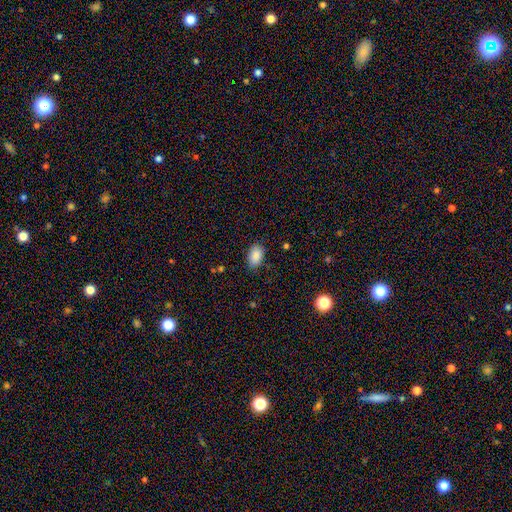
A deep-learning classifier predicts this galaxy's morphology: The model was most divided on "merging": none: 84%, minor disturbance: 12%, major disturbance: 3%, merger: 1%. More confident: how rounded — in between (90%); smooth or featured — smooth (88%).